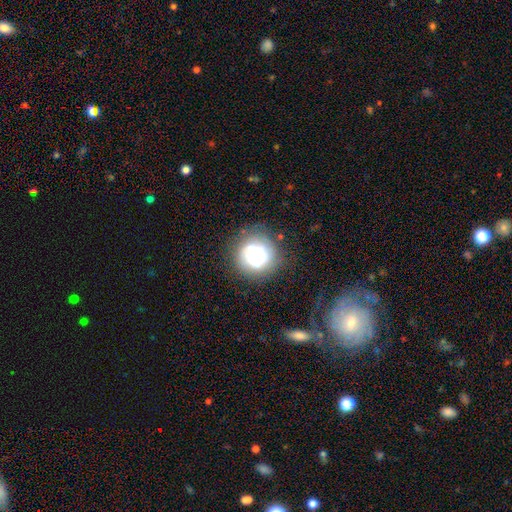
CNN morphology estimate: smooth-or-featured: featured or disk: 52% | smooth: 37% | star or artifact: 11%
  disk-edge-on: no: 97% | yes: 3%
    bar: no: 70% | weak: 22% | strong: 8%
    has-spiral-arms: yes: 75% | no: 25%
    bulge-size: moderate: 34% | large: 28% | small: 21% | dominant: 12% | none: 5%
  merging: none: 68% | minor disturbance: 17% | major disturbance: 10% | merger: 5%